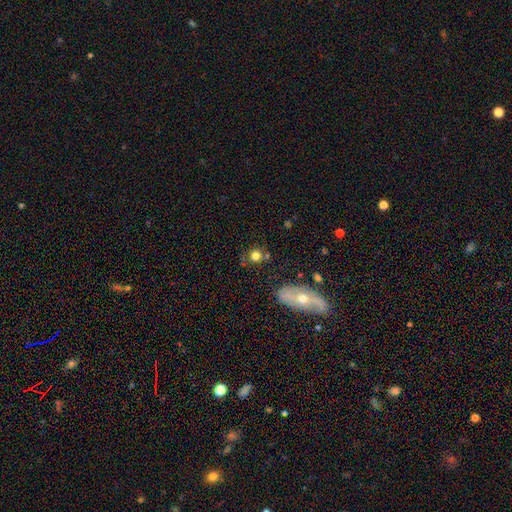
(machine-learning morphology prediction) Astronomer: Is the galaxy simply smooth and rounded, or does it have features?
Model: smooth — 77%.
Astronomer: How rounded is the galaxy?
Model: round — 82%.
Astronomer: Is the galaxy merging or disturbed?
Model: none — 68%.